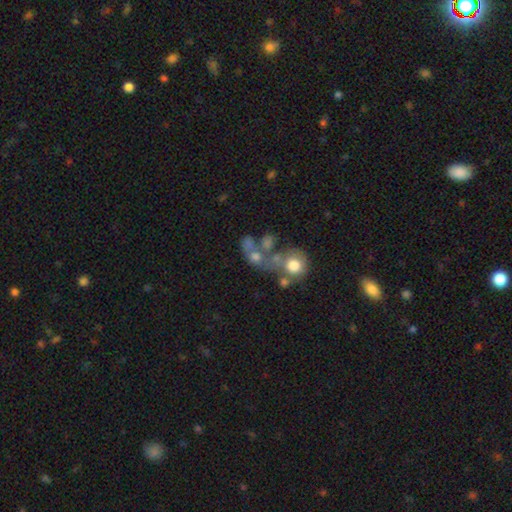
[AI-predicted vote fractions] smooth 47%, featured or disk 33%, star or artifact 20%. Down the decision tree: merging — merger (49%).